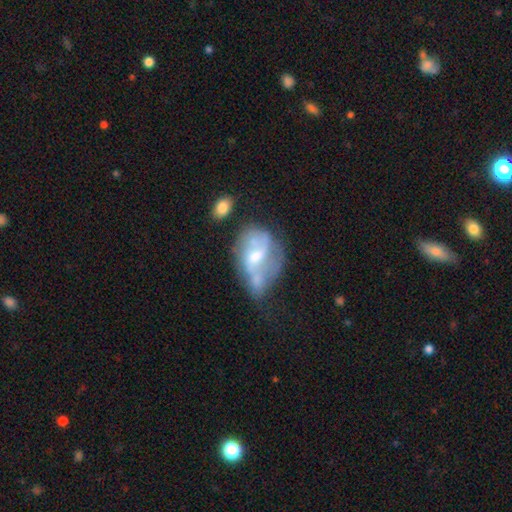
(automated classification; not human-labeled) Morphology: type=featured or disk (62%); edge-on=no (97%); bar=no (49%); spiral arms=yes (57%); bulge=moderate (52%); merging=merger (29%).